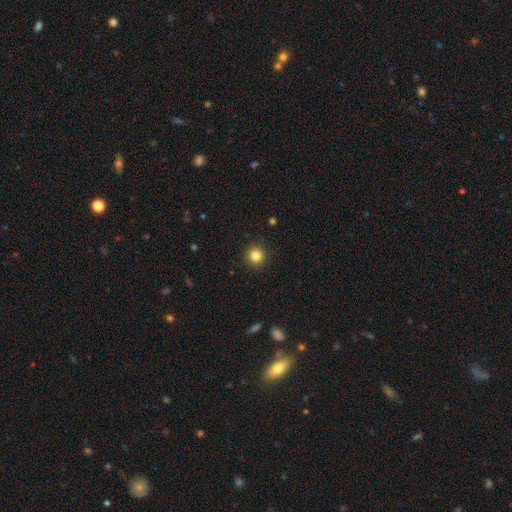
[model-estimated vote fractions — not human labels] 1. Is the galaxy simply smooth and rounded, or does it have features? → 84% smooth, 12% star or artifact, 5% featured or disk.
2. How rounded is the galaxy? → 94% round, 5% in between, 1% cigar-shaped.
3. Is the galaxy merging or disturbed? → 91% none, 6% minor disturbance, 2% major disturbance, 1% merger.